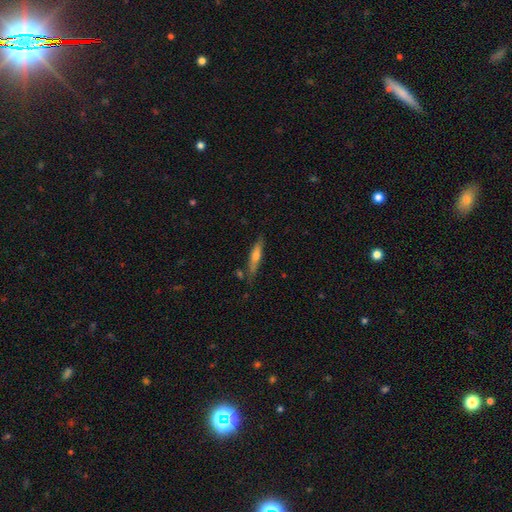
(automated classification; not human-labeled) Overall: featured or disk (47%; smooth 46%). Merging: none (75%).